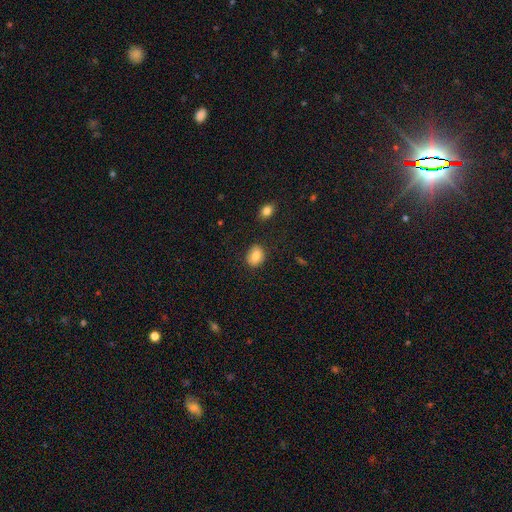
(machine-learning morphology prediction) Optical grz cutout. It shows a smooth galaxy with no disk features (84%) that is in between round and cigar-shaped (58%). Merging: none (83%).